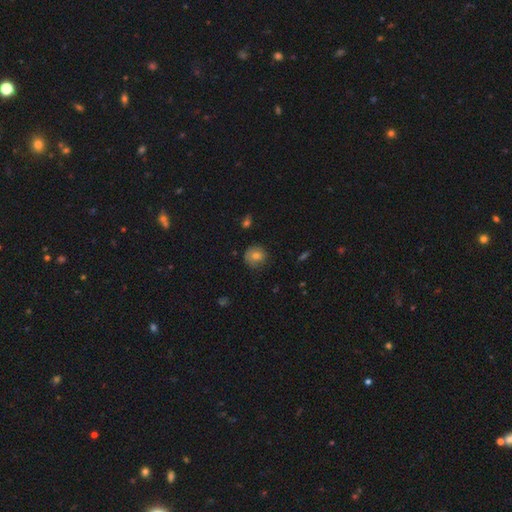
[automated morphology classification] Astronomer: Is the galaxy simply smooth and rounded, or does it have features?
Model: smooth — 76%.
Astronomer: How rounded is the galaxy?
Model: round — 86%.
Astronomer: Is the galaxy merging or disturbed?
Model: none — 76%.